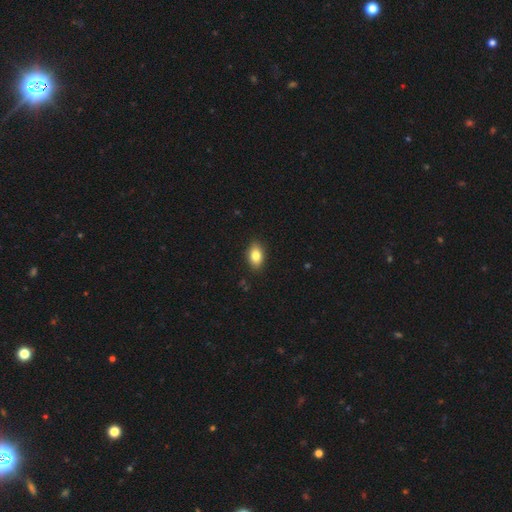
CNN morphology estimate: The model was most divided on "smooth or featured": smooth: 83%, featured or disk: 9%, star or artifact: 8%. More confident: merging — none (89%); how rounded — in between (89%).